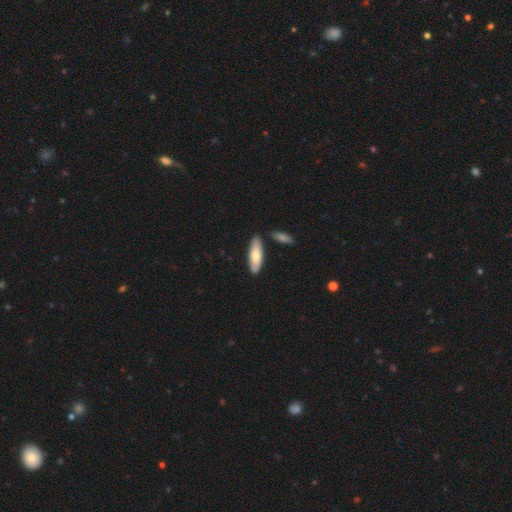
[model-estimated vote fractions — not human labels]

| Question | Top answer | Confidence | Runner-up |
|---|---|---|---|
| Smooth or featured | smooth | 72% | featured or disk (23%) |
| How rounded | in between | 56% | cigar-shaped (42%) |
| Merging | none | 79% | minor disturbance (11%) |